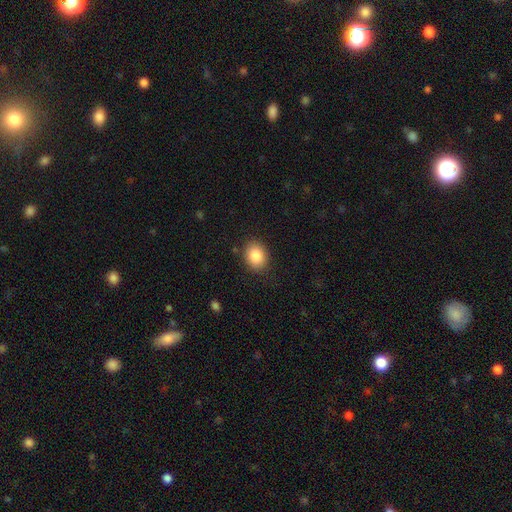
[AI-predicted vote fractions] This is clearly a smooth galaxy (86%). How rounded: possibly in between (58%). Merging: clearly none (85%).